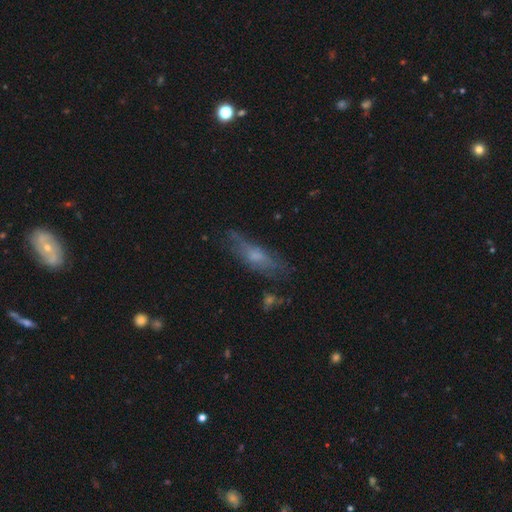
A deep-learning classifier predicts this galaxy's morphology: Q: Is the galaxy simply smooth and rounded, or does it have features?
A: smooth — 46%.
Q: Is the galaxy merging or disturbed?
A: none — 59%.